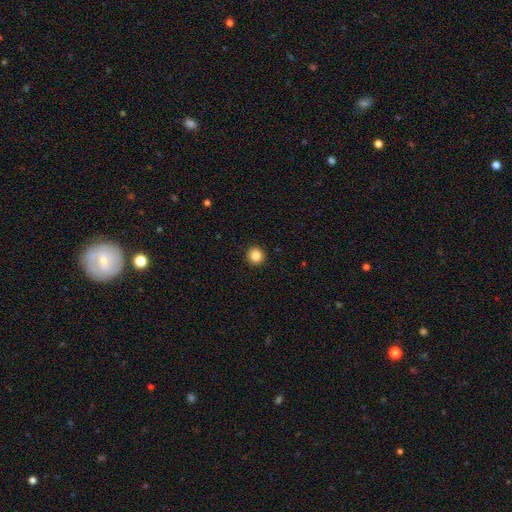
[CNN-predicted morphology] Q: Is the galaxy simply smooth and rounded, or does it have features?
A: smooth — 87%.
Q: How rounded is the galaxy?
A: round — 94%.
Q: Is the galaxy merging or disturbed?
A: none — 93%.